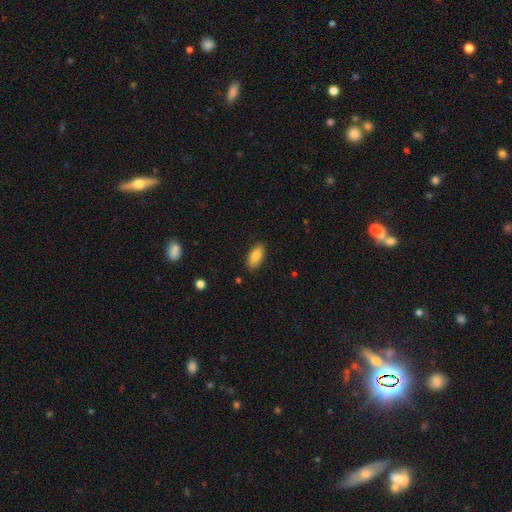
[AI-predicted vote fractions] Morphology: type=smooth (85%); roundness=in between (89%); merging=none (87%).